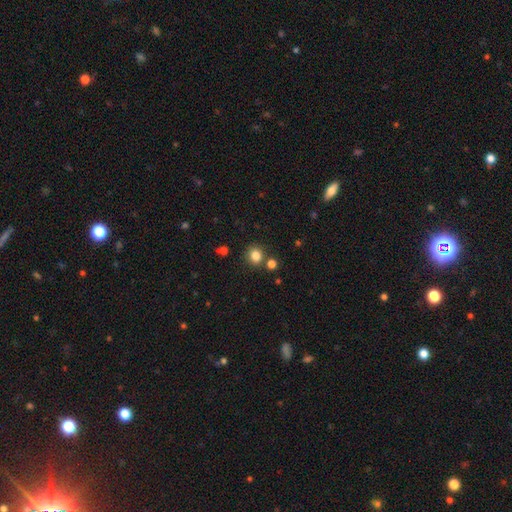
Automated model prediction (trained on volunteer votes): This appears to be a smooth galaxy with no disk features (82%) that is round (76%). Merging: none (77%).